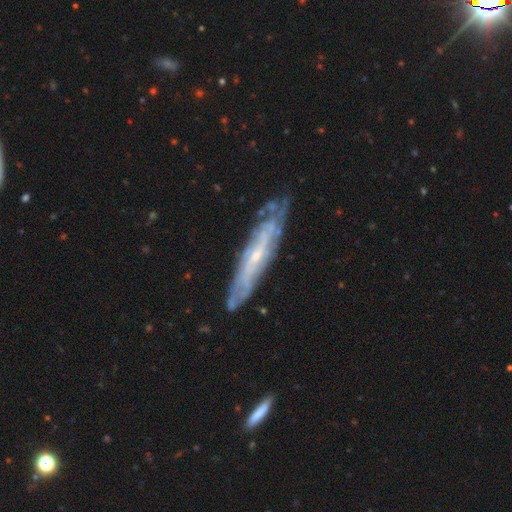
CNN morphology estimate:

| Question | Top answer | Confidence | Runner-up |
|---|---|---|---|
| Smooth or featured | featured or disk | 78% | smooth (17%) |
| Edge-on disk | no | 53% | yes (47%) |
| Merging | none | 75% | minor disturbance (18%) |